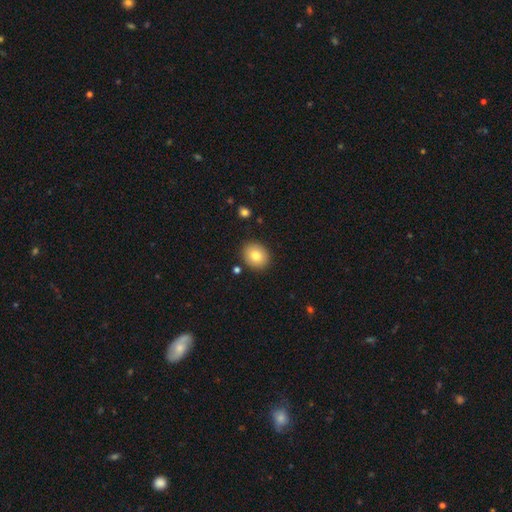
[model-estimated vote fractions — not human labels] A smooth galaxy with no disk features (79%) that is round (70%). Merging: none (88%).